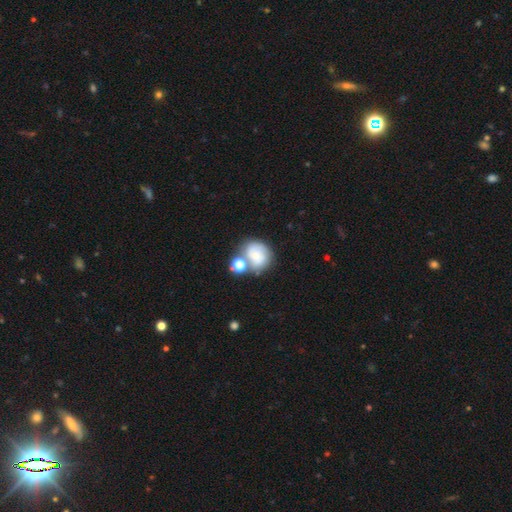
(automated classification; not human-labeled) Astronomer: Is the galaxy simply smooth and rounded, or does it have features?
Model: smooth — 48% (runner-up: featured or disk, 41%).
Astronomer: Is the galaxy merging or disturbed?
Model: none — 46% (runner-up: merger, 31%).